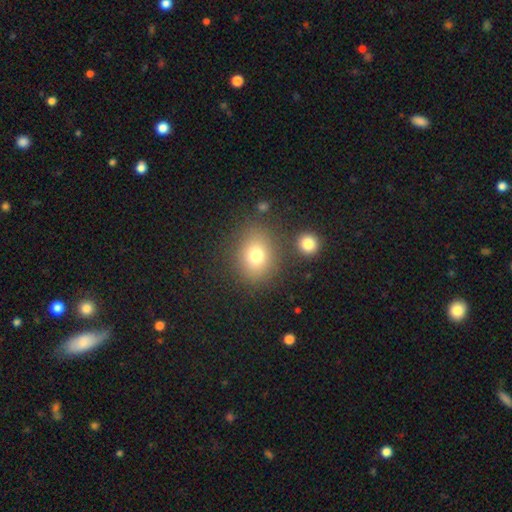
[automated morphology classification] Smooth or featured?
  - smooth: 75% *
  - star or artifact: 14%
  - featured or disk: 11%
How rounded?
  - round: 65% *
  - in between: 34%
  - cigar-shaped: 1%
Merging?
  - none: 78% *
  - minor disturbance: 10%
  - merger: 7%
  - major disturbance: 5%